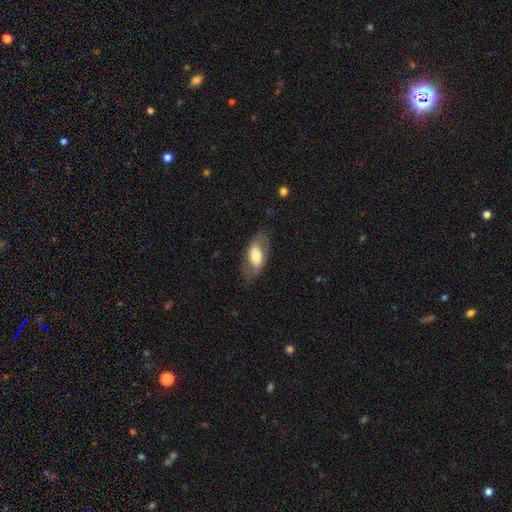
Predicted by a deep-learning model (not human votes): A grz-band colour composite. It shows a smooth galaxy with no disk features (54%) that is in between round and cigar-shaped (89%). Merging: none (73%).